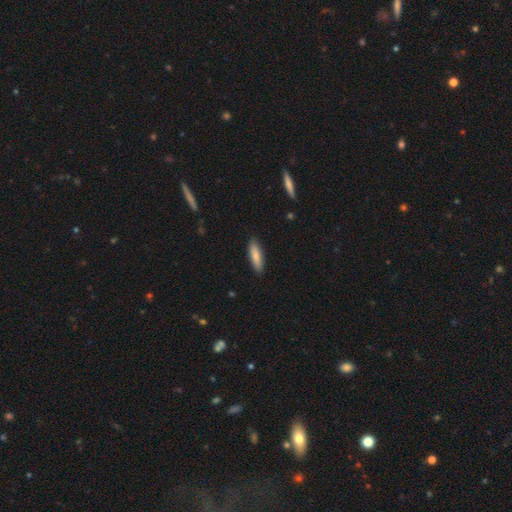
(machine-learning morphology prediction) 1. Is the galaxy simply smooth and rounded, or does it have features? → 82% smooth, 13% featured or disk, 6% star or artifact.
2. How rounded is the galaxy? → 61% cigar-shaped, 37% in between, 2% round.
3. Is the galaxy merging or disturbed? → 88% none, 9% minor disturbance, 2% major disturbance, 1% merger.